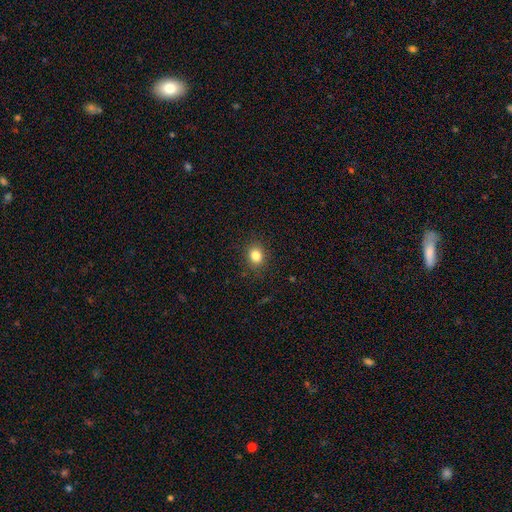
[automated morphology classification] smooth 83%, star or artifact 11%, featured or disk 5%. Down the decision tree: how rounded — round (59%); merging — none (87%).